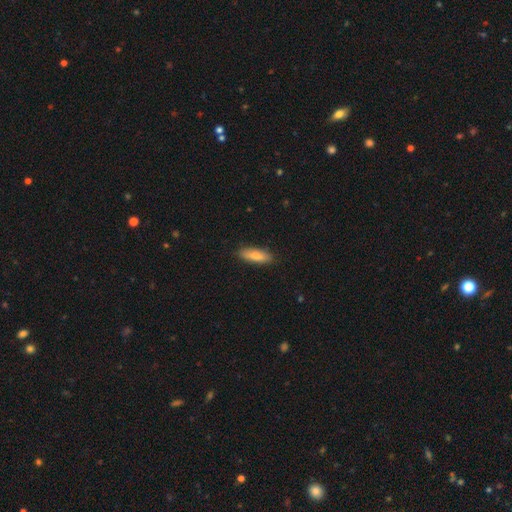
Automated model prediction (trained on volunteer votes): Smooth or featured? Predicted: smooth (p=0.80). How rounded? Predicted: in between (p=0.55). Merging? Predicted: none (p=0.87).